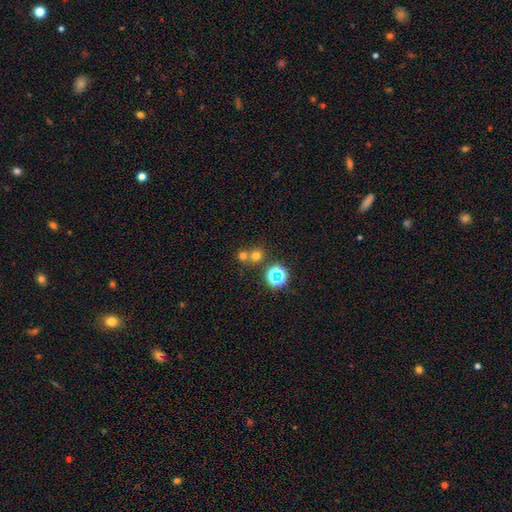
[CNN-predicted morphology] Smooth or featured?
  - smooth: 63% *
  - star or artifact: 28%
  - featured or disk: 9%
How rounded?
  - round: 87% *
  - in between: 12%
  - cigar-shaped: 1%
Merging?
  - none: 54% *
  - merger: 37%
  - minor disturbance: 6%
  - major disturbance: 3%